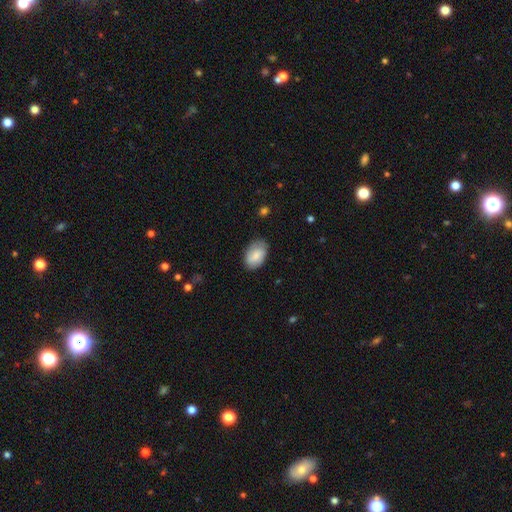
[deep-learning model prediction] Smooth or featured?
  - smooth: 78% *
  - featured or disk: 16%
  - star or artifact: 7%
How rounded?
  - in between: 90% *
  - round: 9%
  - cigar-shaped: 1%
Merging?
  - none: 76% *
  - minor disturbance: 19%
  - major disturbance: 4%
  - merger: 1%